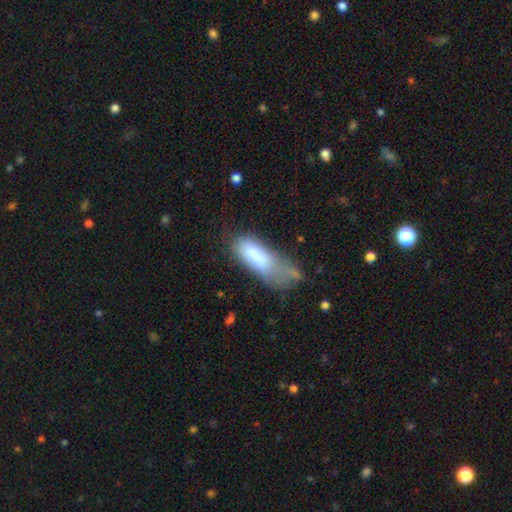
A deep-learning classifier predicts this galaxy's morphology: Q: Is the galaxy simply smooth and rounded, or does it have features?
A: smooth — 75%.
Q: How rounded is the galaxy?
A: in between — 73%.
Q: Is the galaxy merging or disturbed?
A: major disturbance — 39%.